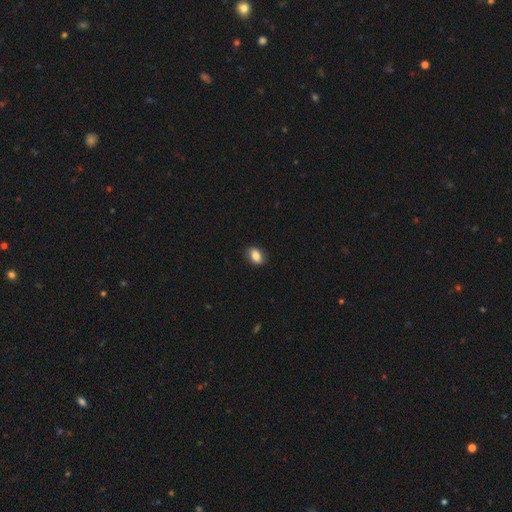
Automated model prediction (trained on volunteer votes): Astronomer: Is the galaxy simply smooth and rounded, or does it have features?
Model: smooth — 82%.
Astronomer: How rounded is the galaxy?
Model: in between — 81%.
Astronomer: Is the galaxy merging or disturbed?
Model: none — 84%.